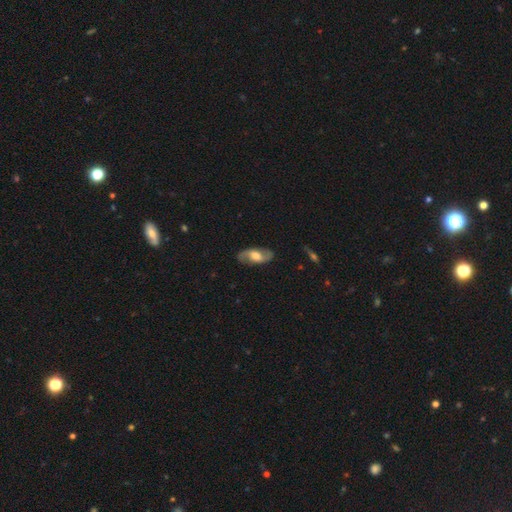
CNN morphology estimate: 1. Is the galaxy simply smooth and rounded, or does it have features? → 73% featured or disk, 22% smooth, 6% star or artifact.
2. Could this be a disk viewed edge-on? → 91% no, 9% yes.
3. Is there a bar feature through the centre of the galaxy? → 44% weak, 41% no, 15% strong.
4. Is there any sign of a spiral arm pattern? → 90% yes, 10% no.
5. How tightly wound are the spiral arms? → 45% loose, 41% medium, 15% tight.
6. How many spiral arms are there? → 91% 2, 4% can't tell, 2% 1, 1% 3, 1% 4, 1% more than 4.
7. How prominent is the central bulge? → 52% moderate, 31% large, 11% small, 4% none, 2% dominant.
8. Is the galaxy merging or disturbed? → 84% none, 12% minor disturbance, 3% major disturbance, 1% merger.